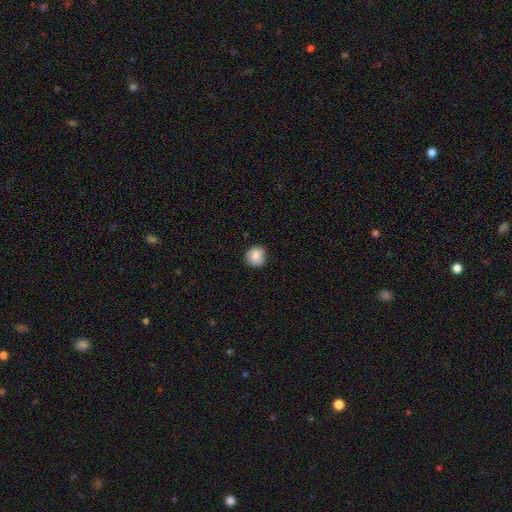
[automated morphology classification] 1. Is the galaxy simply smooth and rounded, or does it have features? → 82% smooth, 10% featured or disk, 8% star or artifact.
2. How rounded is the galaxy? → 92% round, 7% in between, 1% cigar-shaped.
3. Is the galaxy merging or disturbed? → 84% none, 13% minor disturbance, 2% major disturbance, 1% merger.